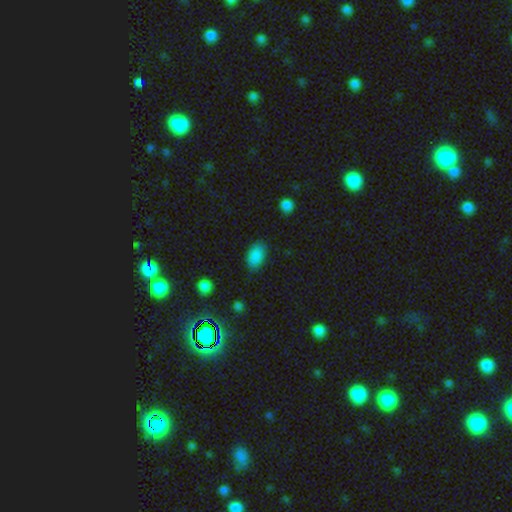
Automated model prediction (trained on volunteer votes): Smooth or featured: smooth — 86% (star or artifact — 10%)
How rounded: in between — 89% (round — 9%)
Merging: none — 81% (minor disturbance — 14%)